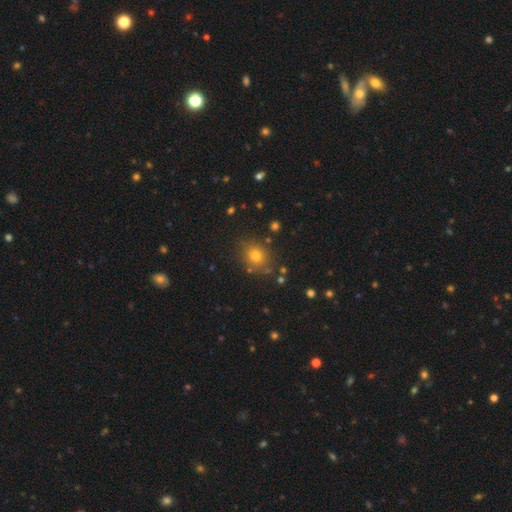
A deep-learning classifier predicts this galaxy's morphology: A smooth galaxy with no disk features (72%) that is round (75%).

Vote fractions:
- Smooth or featured? smooth: 72% / star or artifact: 18% / featured or disk: 10%
- How rounded? round: 75% / in between: 24% / cigar-shaped: 1%
- Merging? none: 82% / minor disturbance: 11% / merger: 4% / major disturbance: 3%